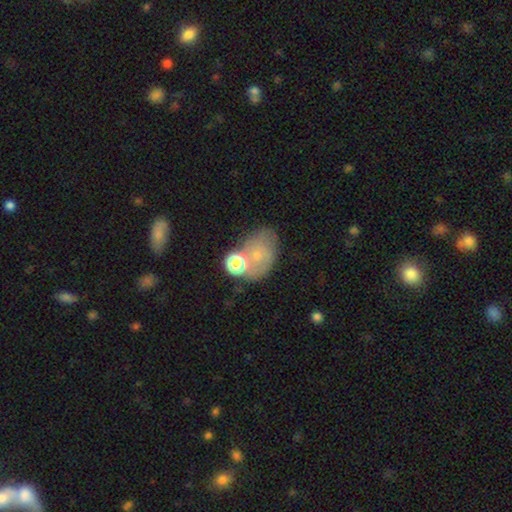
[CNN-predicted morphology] type=smooth (54%); roundness=in between (69%); merging=none (50%).